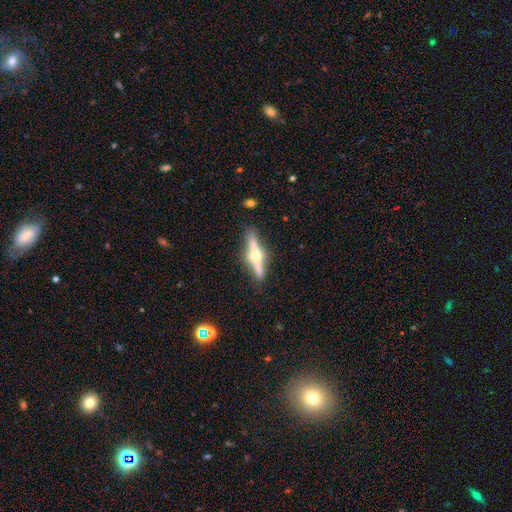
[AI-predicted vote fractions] A featured or disk galaxy (75%) viewed edge-on (97%) with a rounded central bulge (94%).

Vote fractions:
- Smooth or featured? featured or disk: 75% / smooth: 20% / star or artifact: 6%
- Edge-on disk? yes: 97% / no: 3%
- Edge-on bulge? rounded: 94% / boxy: 3% / none: 3%
- Merging? none: 84% / minor disturbance: 11% / major disturbance: 3% / merger: 3%